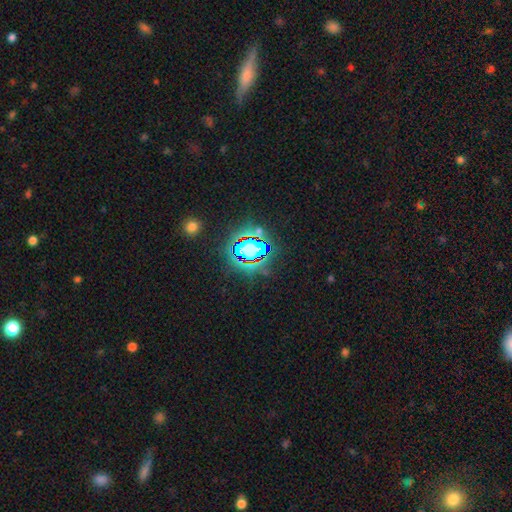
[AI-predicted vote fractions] A star or artifact, not a galaxy (78%).

Vote fractions:
- Smooth or featured? star or artifact: 78% / smooth: 14% / featured or disk: 8%